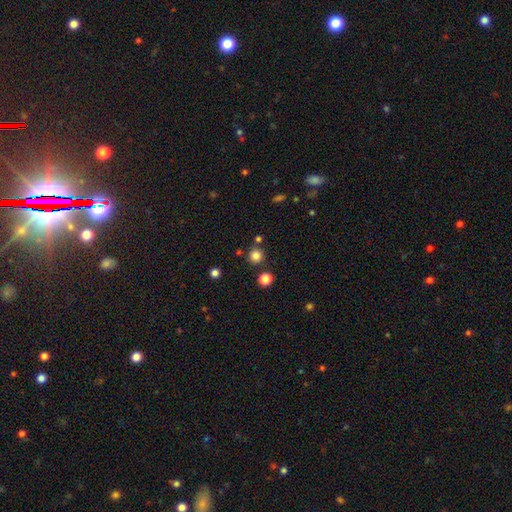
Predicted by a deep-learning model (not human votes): Smooth or featured? Predicted: smooth (p=0.82). How rounded? Predicted: round (p=0.94). Merging? Predicted: none (p=0.84).